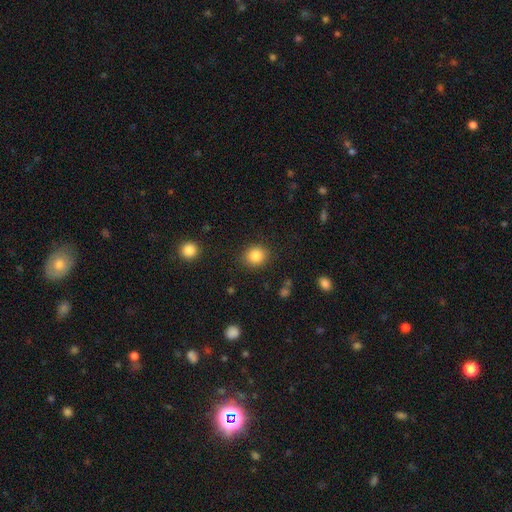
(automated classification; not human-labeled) This is clearly a smooth galaxy (84%). How rounded: likely round (76%). Merging: clearly none (88%).